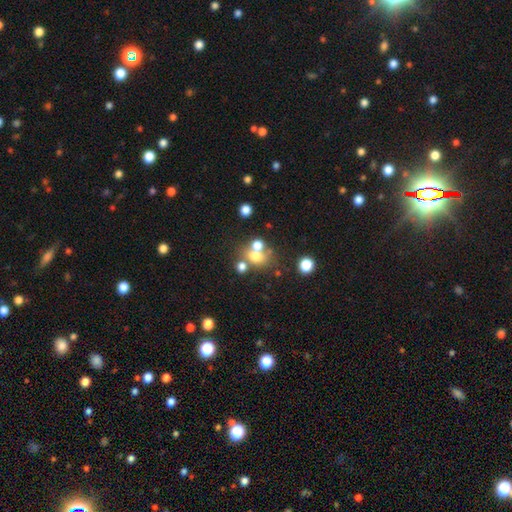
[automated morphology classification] Smooth or featured? Predicted: smooth (p=0.64). How rounded? Predicted: round (p=0.62). Merging? Predicted: none (p=0.47).